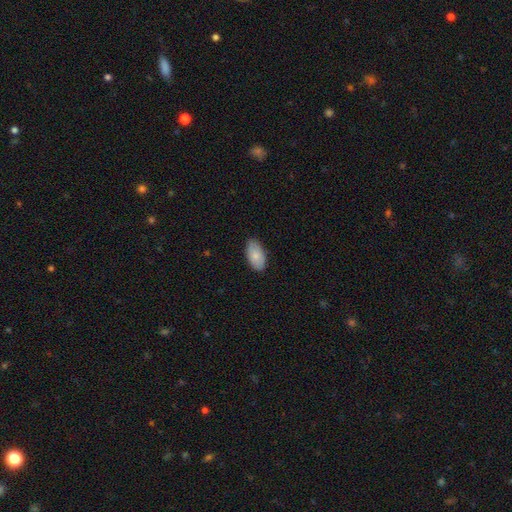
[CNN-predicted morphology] The model was most divided on "merging": none: 82%, minor disturbance: 15%, major disturbance: 2%, merger: 1%. More confident: how rounded — in between (95%); smooth or featured — smooth (83%).